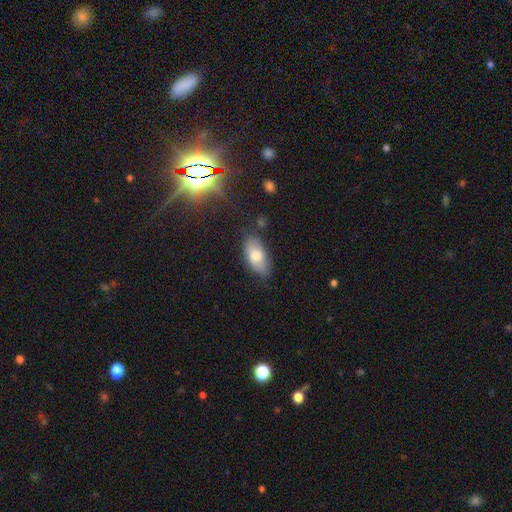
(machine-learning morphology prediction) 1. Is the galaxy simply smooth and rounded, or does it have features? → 72% smooth, 19% featured or disk, 9% star or artifact.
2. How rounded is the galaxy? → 92% in between, 4% cigar-shaped, 3% round.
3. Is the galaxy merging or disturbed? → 76% none, 18% minor disturbance, 3% major disturbance, 2% merger.